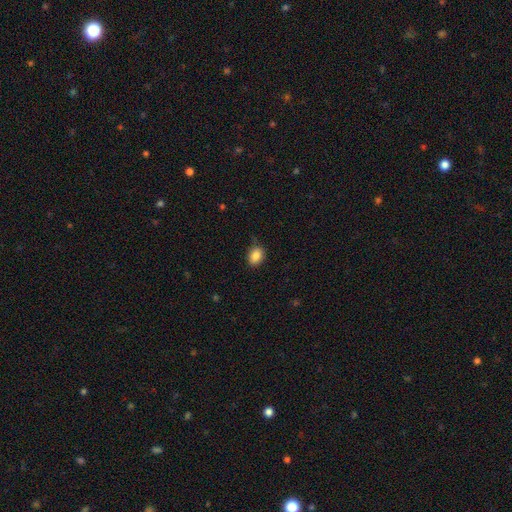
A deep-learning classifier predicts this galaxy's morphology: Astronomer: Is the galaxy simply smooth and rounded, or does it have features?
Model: smooth — 86%.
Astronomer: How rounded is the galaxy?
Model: in between — 62% (runner-up: round, 37%).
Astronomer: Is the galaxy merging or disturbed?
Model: none — 83%.